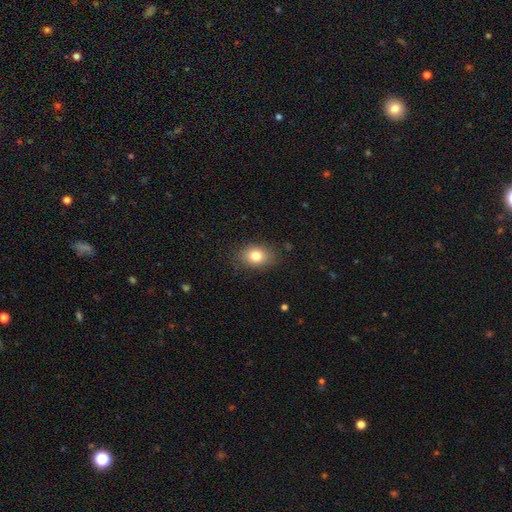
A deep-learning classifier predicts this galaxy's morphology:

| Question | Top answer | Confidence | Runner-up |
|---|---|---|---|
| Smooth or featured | smooth | 81% | featured or disk (10%) |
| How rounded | in between | 72% | round (27%) |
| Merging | none | 84% | minor disturbance (12%) |